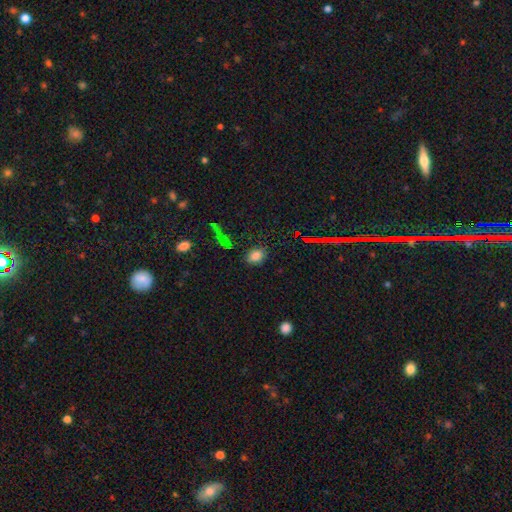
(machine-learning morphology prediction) This is likely a smooth galaxy (80%). How rounded: likely in between (64%). Merging: clearly none (85%).